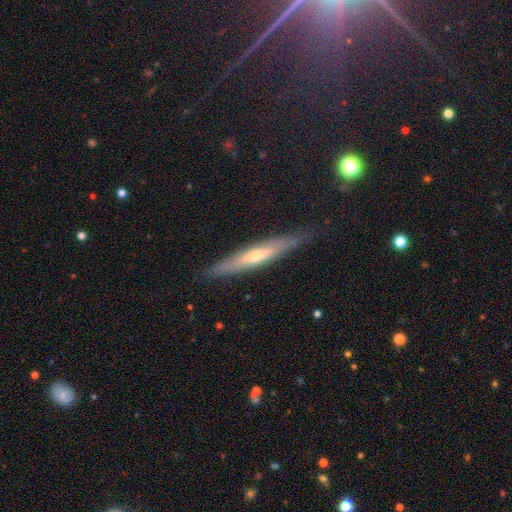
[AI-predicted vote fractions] featured or disk 61%, smooth 31%, star or artifact 8%. Down the decision tree: edge-on disk — yes (88%); edge-on bulge — rounded (54%); merging — none (84%).